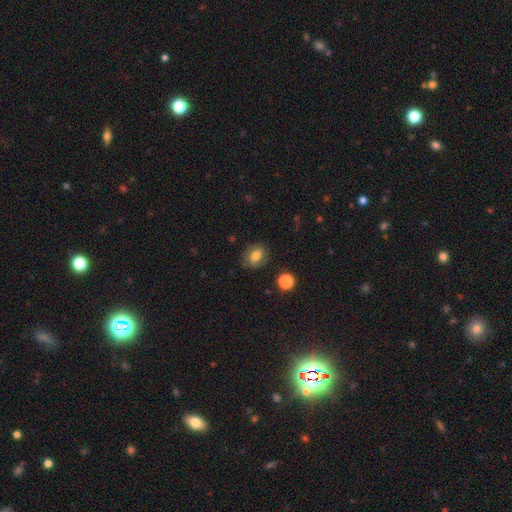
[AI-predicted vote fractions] A smooth galaxy with no disk features (71%) that is in between round and cigar-shaped (62%). Merging: none (79%).